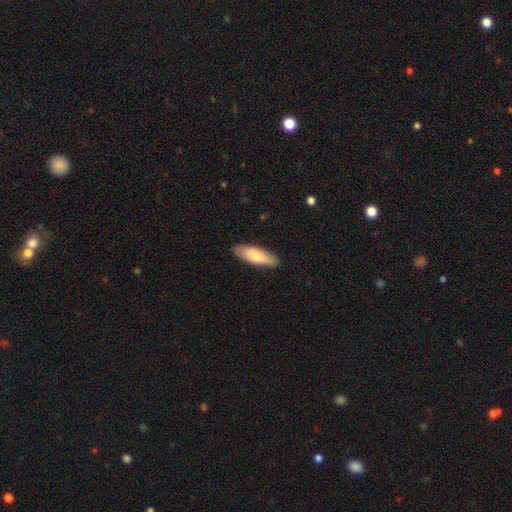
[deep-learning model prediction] Overall: smooth (77%). How rounded: in between (57%; cigar-shaped 42%). Merging: none (87%).